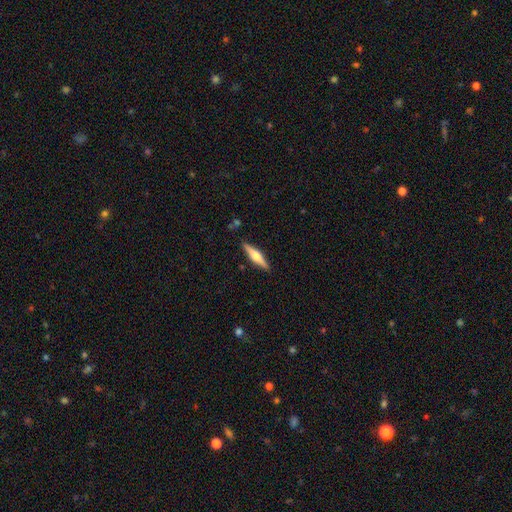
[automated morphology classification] type=featured or disk (58%); edge-on=yes (96%); edge-on bulge=rounded (91%); merging=none (89%).